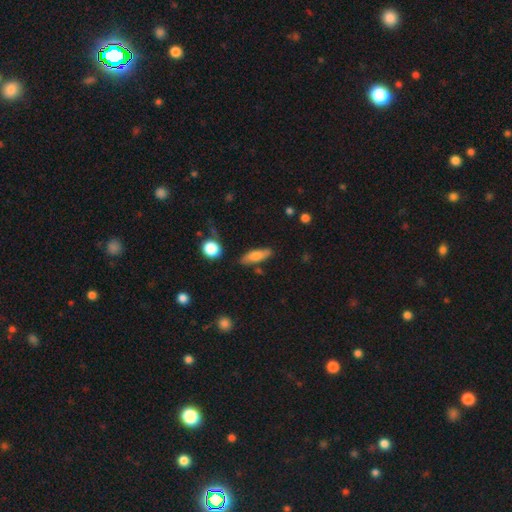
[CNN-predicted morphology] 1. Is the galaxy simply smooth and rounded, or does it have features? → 72% smooth, 21% featured or disk, 7% star or artifact.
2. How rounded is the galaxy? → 50% in between, 46% cigar-shaped, 3% round.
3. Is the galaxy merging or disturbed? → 77% none, 16% minor disturbance, 4% merger, 3% major disturbance.